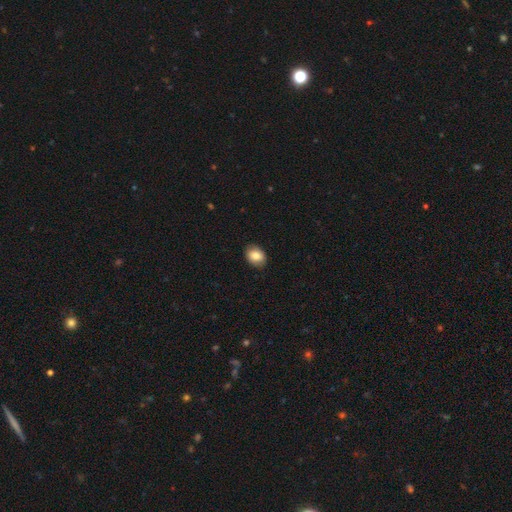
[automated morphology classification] Overall: smooth (84%). How rounded: in between (72%). Merging: none (86%).